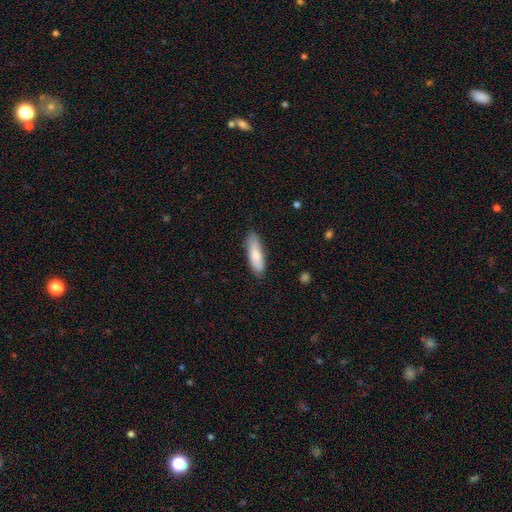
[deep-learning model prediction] smooth 82%, featured or disk 13%, star or artifact 6%. Down the decision tree: how rounded — cigar-shaped (52%); merging — none (80%).